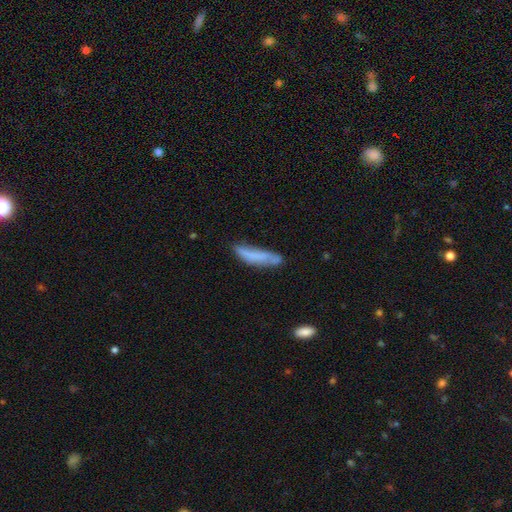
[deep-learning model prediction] This appears to be a smooth galaxy with no disk features (67%) that is cigar-shaped (83%). Merging: none (56%).